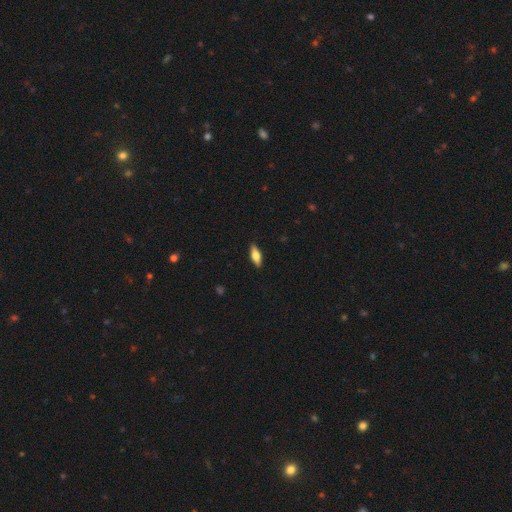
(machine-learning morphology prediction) The model was most divided on "smooth or featured": smooth: 60%, featured or disk: 34%, star or artifact: 7%. More confident: merging — none (89%); how rounded — in between (62%).